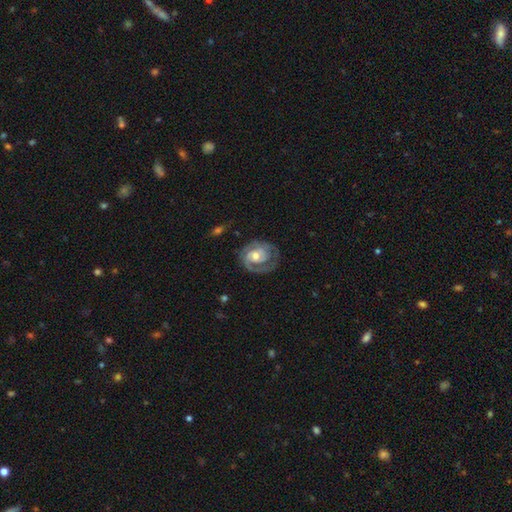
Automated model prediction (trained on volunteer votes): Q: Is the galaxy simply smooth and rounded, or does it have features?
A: featured or disk — 83%.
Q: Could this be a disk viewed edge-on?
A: no — 98%.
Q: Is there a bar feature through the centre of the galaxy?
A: no — 62%.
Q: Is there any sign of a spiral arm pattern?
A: yes — 92%.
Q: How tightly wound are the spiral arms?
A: tight — 60%.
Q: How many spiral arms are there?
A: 2 — 55%.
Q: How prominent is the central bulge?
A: moderate — 64%.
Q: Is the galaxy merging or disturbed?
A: none — 67%.